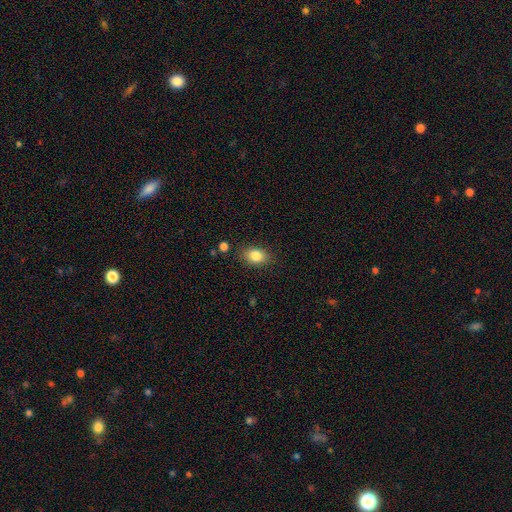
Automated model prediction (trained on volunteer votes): smooth 85%, star or artifact 9%, featured or disk 6%. Down the decision tree: how rounded — in between (74%); merging — none (83%).